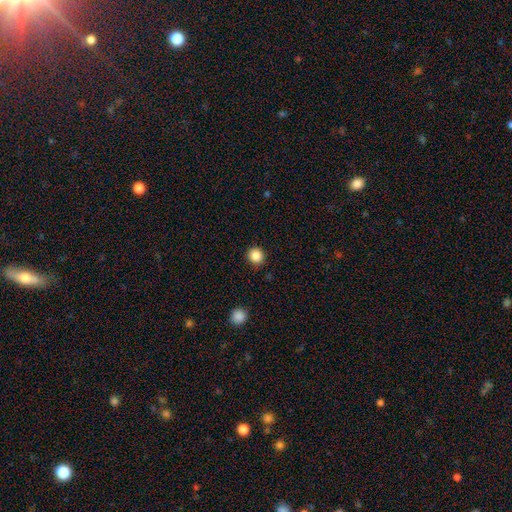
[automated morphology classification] This appears to be a smooth galaxy with no disk features (86%) that is round (91%). Merging: none (91%).